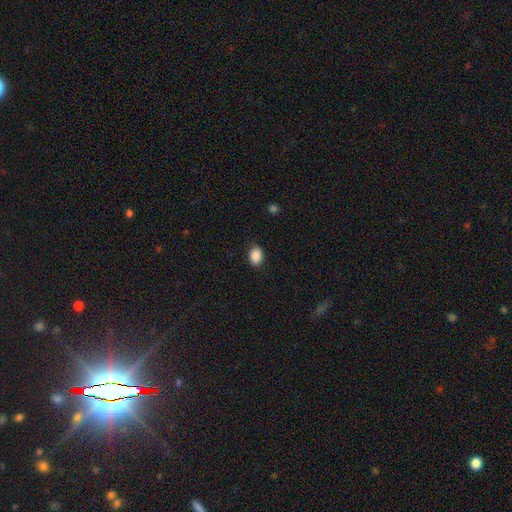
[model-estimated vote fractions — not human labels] The model was most divided on "how rounded": in between: 75%, round: 24%, cigar-shaped: 1%. More confident: smooth or featured — smooth (88%); merging — none (86%).